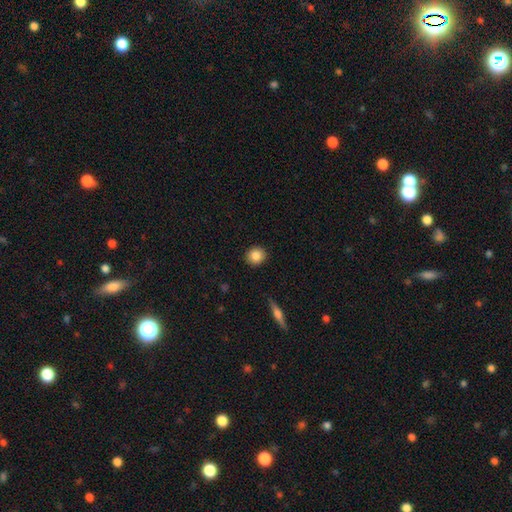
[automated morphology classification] This is clearly a smooth galaxy (85%). How rounded: clearly round (86%). Merging: clearly none (91%).